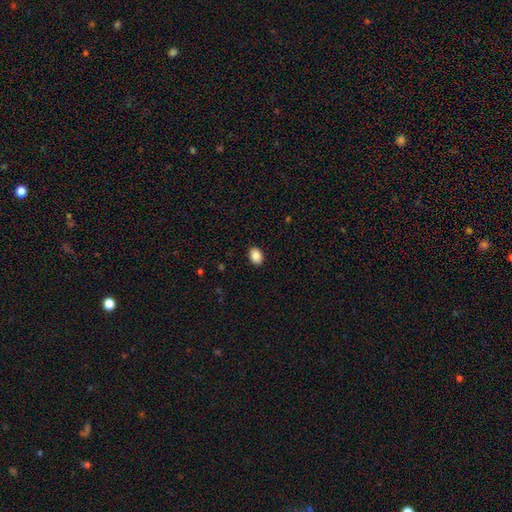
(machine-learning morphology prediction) Overall: smooth (88%). How rounded: in between (72%). Merging: none (90%).